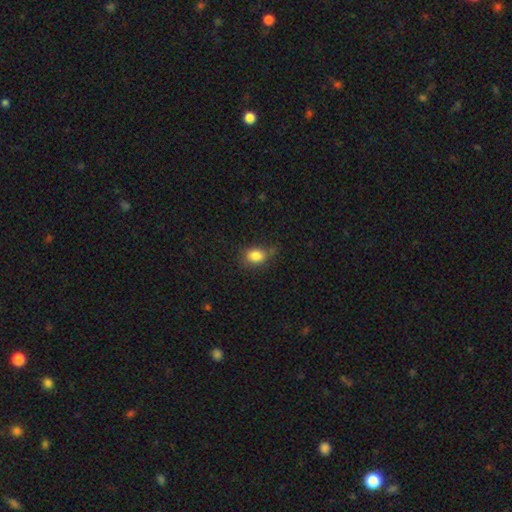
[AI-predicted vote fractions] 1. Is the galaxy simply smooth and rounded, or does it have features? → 84% smooth, 10% star or artifact, 6% featured or disk.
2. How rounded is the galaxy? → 68% in between, 31% round, 2% cigar-shaped.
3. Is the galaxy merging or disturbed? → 67% none, 24% minor disturbance, 6% major disturbance, 3% merger.